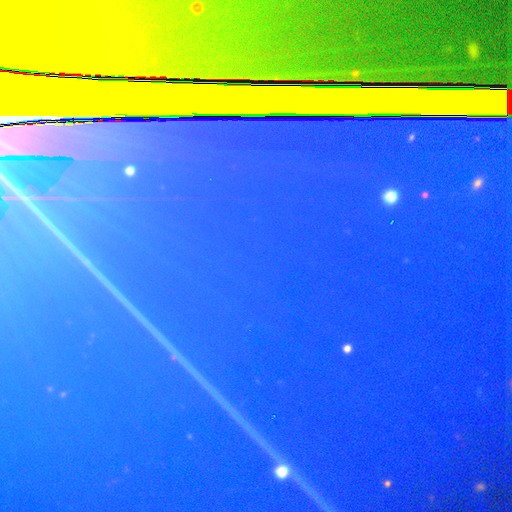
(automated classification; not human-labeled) smooth-or-featured: star or artifact: 87% | featured or disk: 7% | smooth: 7%